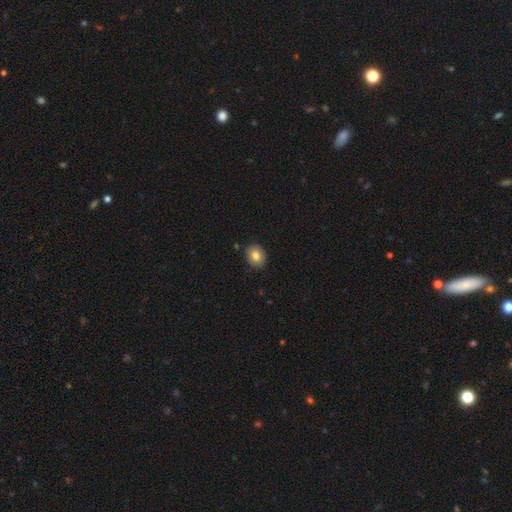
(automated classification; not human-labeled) Smooth or featured? smooth (80%)
How rounded? round (58%)
Merging? none (88%)